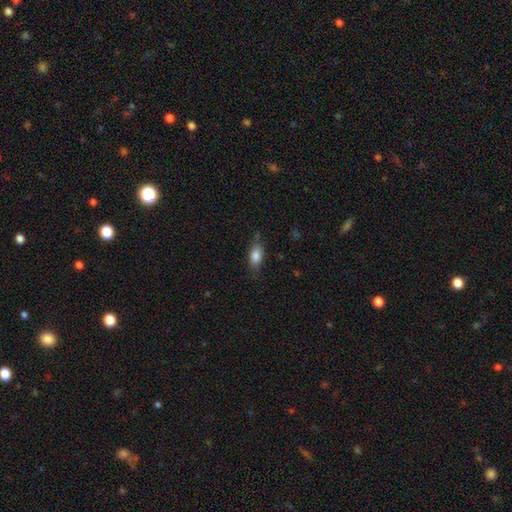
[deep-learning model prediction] smooth_or_featured: smooth (p=0.82) [alt: featured or disk p=0.10]
how_rounded: in between (p=0.86) [alt: cigar-shaped p=0.09]
merging: none (p=0.70) [alt: minor disturbance p=0.22]